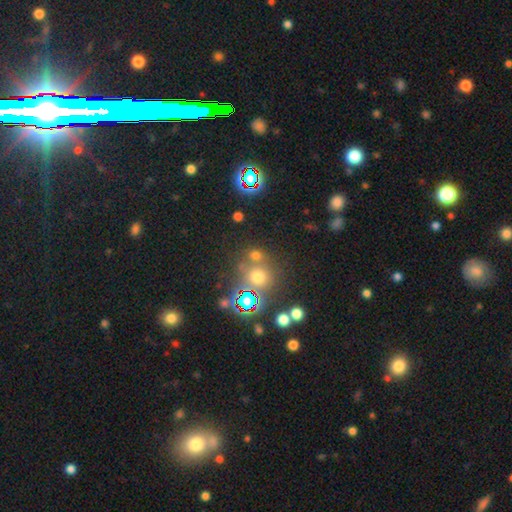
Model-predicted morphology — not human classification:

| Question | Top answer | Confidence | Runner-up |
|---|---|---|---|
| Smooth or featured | smooth | 57% | star or artifact (32%) |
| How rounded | round | 82% | in between (17%) |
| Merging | none | 64% | merger (21%) |